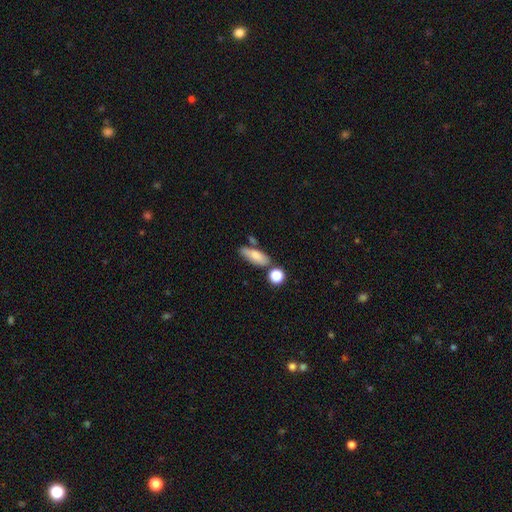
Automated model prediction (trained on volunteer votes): smooth-or-featured: smooth: 77% | featured or disk: 14% | star or artifact: 9%
  how-rounded: in between: 66% | cigar-shaped: 29% | round: 5%
  merging: none: 57% | minor disturbance: 19% | merger: 16% | major disturbance: 7%